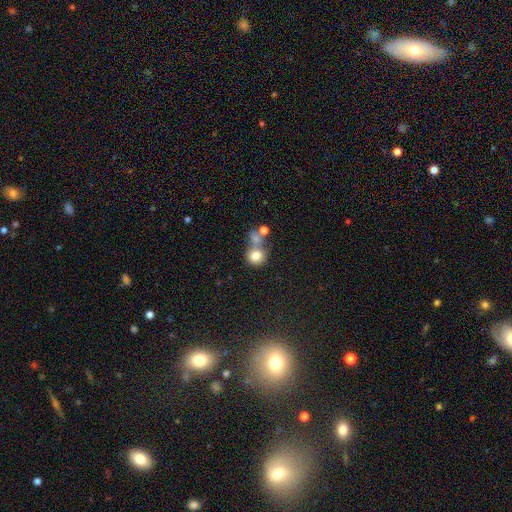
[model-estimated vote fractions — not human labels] The model was most divided on "merging": merger: 44%, none: 36%, minor disturbance: 11%, major disturbance: 8%. More confident: how rounded — round (80%); smooth or featured — smooth (75%).